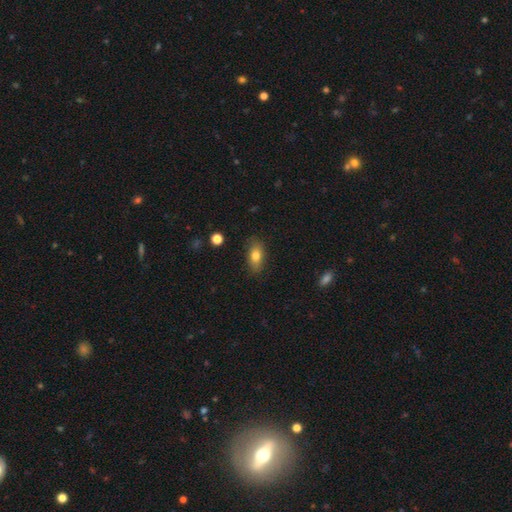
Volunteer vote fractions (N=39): Morphology: type=smooth (85%); roundness=in between (82%); merging=none (78%).